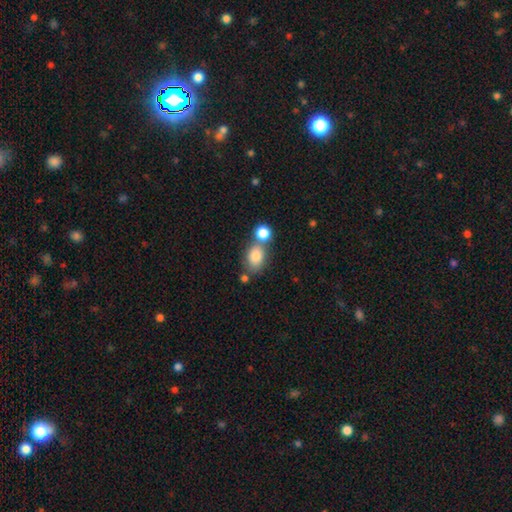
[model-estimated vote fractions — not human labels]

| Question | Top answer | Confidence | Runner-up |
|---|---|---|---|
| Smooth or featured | smooth | 81% | featured or disk (10%) |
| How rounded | in between | 66% | round (33%) |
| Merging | none | 52% | merger (31%) |